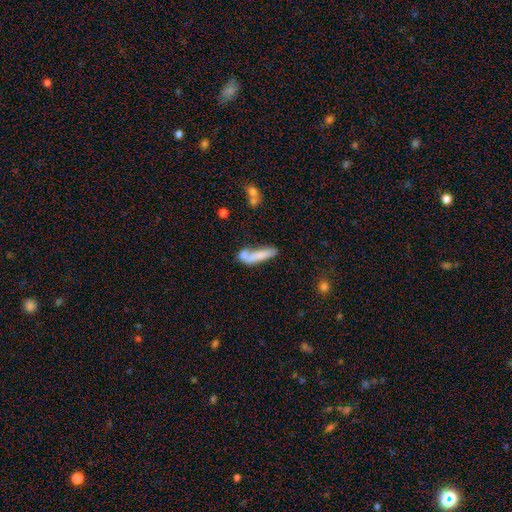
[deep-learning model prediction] Smooth or featured: smooth — 69% (featured or disk — 23%)
How rounded: cigar-shaped — 81% (in between — 17%)
Merging: none — 44% (merger — 28%)